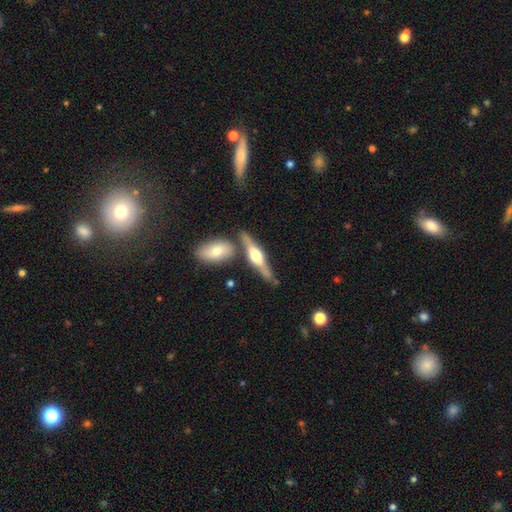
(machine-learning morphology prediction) The model was most divided on "smooth or featured": featured or disk: 69%, smooth: 26%, star or artifact: 5%. More confident: edge-on disk — yes (95%); edge-on bulge — rounded (89%); merging — none (70%).